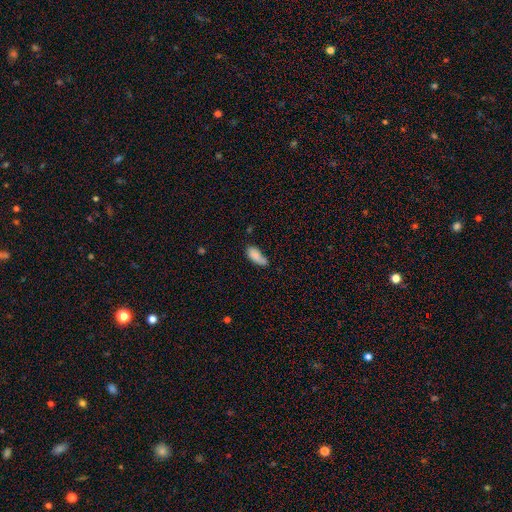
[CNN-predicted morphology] Overall: smooth (84%). How rounded: in between (82%). Merging: none (47%; minor disturbance 34%).